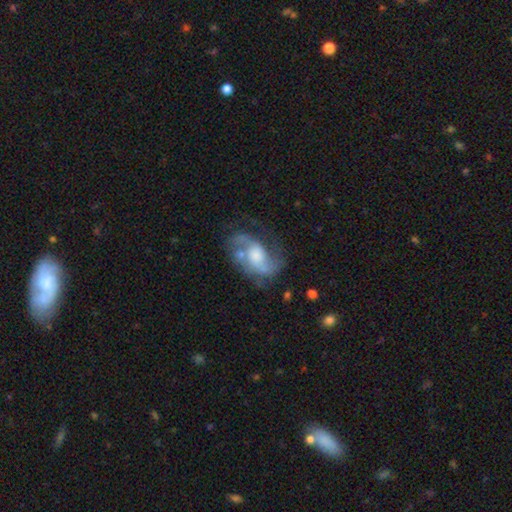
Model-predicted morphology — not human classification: Smooth or featured? featured or disk (79%)
Edge-on disk? no (97%)
Bar? no (59%)
Spiral arms? yes (90%)
Spiral winding? medium (47%)
Spiral arm count? 2 (74%)
Bulge size? moderate (42%)
Merging? none (55%)